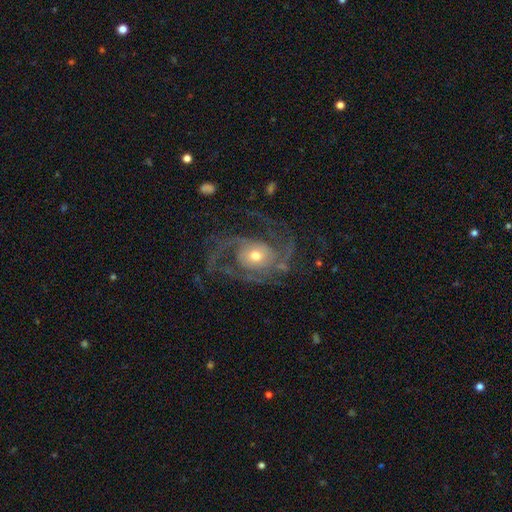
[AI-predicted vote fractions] Overall: featured or disk (88%). Edge-on disk: no (97%). Bar: no (73%). Spiral arms: yes (95%). Spiral arm count: 2 (34%; 3 30%). Spiral winding: medium (49%; tight 29%). Bulge size: moderate (59%; small 32%). Merging: none (56%; major disturbance 25%).